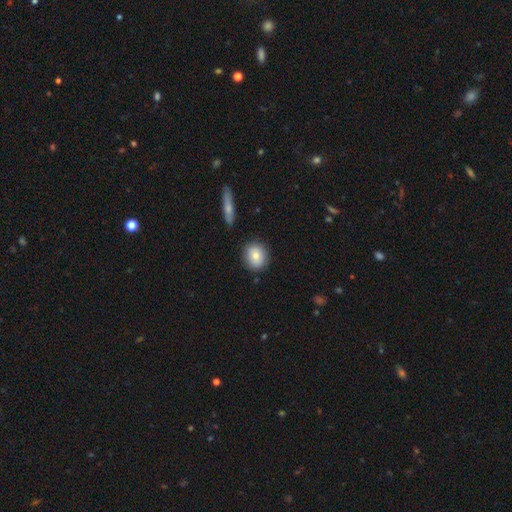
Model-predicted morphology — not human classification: Smooth or featured?
  - smooth: 77% *
  - featured or disk: 14%
  - star or artifact: 9%
How rounded?
  - round: 78% *
  - in between: 20%
  - cigar-shaped: 1%
Merging?
  - none: 86% *
  - minor disturbance: 9%
  - merger: 2%
  - major disturbance: 2%